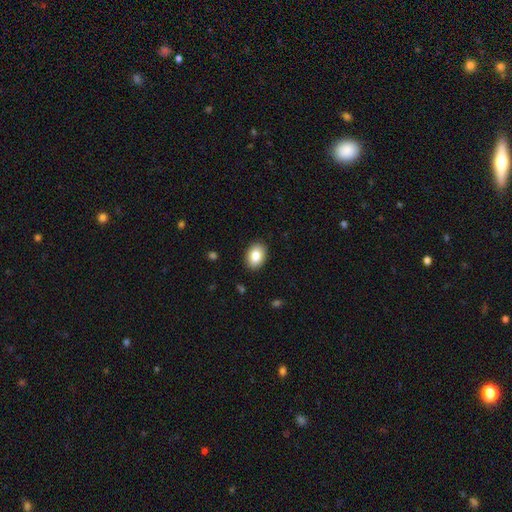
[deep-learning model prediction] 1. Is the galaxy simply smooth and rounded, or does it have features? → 84% smooth, 8% featured or disk, 8% star or artifact.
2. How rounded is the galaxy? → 75% in between, 24% round, 1% cigar-shaped.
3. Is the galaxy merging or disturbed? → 90% none, 8% minor disturbance, 2% major disturbance, 1% merger.